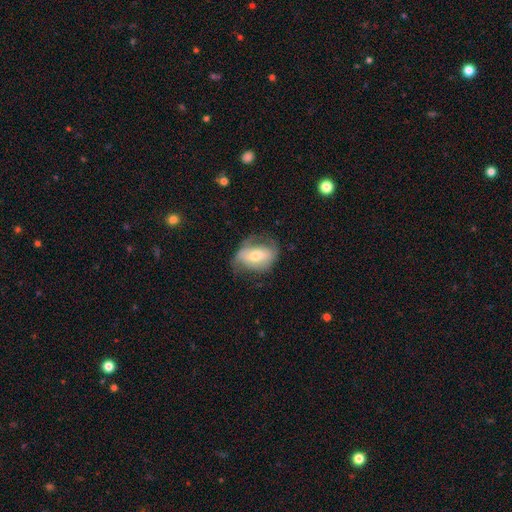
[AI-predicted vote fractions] Morphology: type=featured or disk (49%); merging=none (50%).